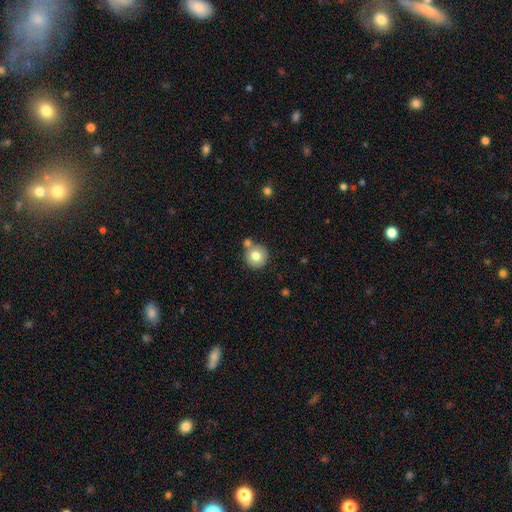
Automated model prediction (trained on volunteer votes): Morphology: type=smooth (78%); roundness=round (93%); merging=none (68%).